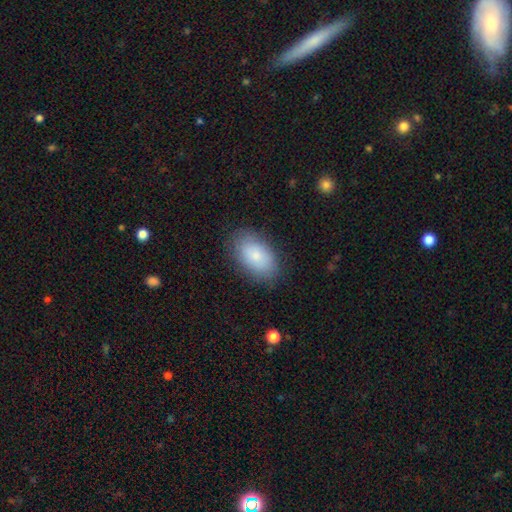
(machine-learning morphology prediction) Q: Smooth or featured?
A: smooth (81%); runner-up: featured or disk (12%)
Q: How rounded?
A: in between (93%); runner-up: round (6%)
Q: Merging?
A: none (82%); runner-up: minor disturbance (13%)